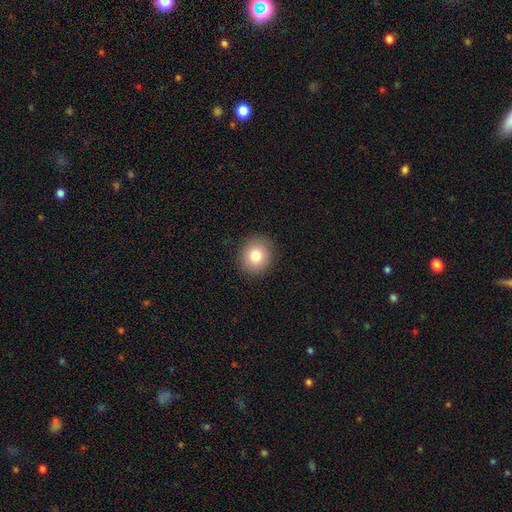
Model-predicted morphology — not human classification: A smooth galaxy with no disk features (82%) that is round (79%).

Vote fractions:
- Smooth or featured? smooth: 82% / star or artifact: 9% / featured or disk: 8%
- How rounded? round: 79% / in between: 20% / cigar-shaped: 1%
- Merging? none: 90% / minor disturbance: 6% / major disturbance: 2% / merger: 1%